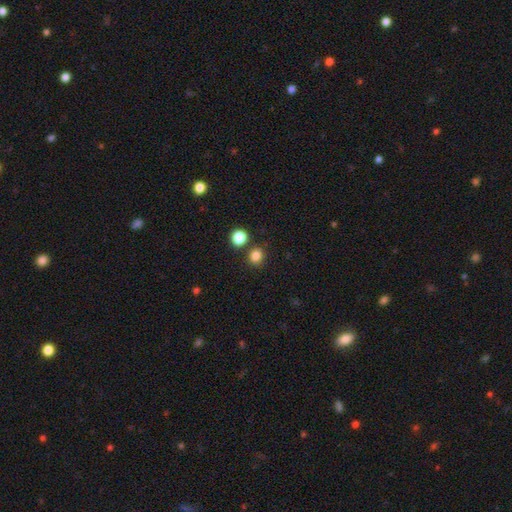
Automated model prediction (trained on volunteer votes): Smooth or featured: smooth — 83% (star or artifact — 13%)
How rounded: round — 85% (in between — 14%)
Merging: none — 80% (merger — 10%)